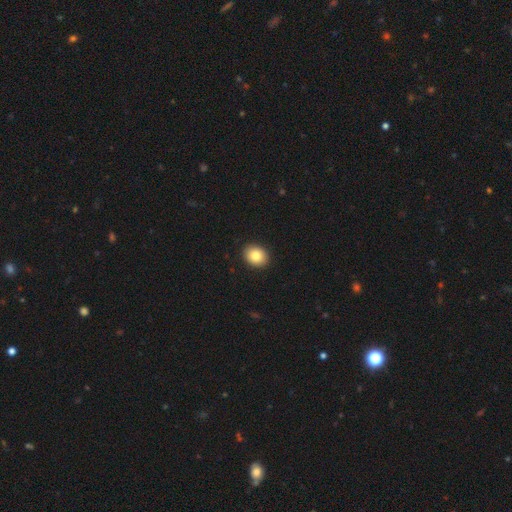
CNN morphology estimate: The model was most divided on "how rounded": round: 56%, in between: 43%, cigar-shaped: 1%. More confident: merging — none (91%); smooth or featured — smooth (83%).